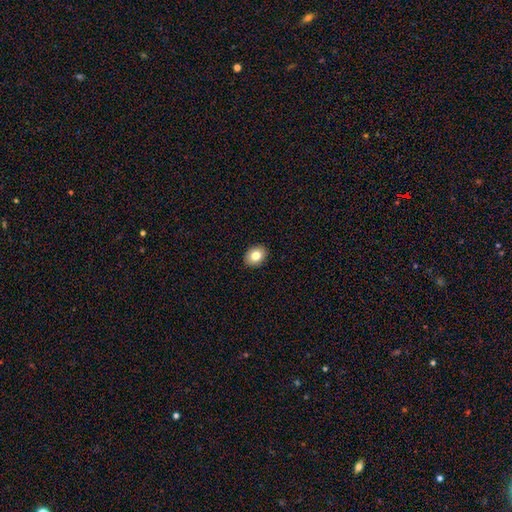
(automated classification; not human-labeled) This is clearly a smooth galaxy (81%). How rounded: possibly in between (58%). Merging: clearly none (91%).